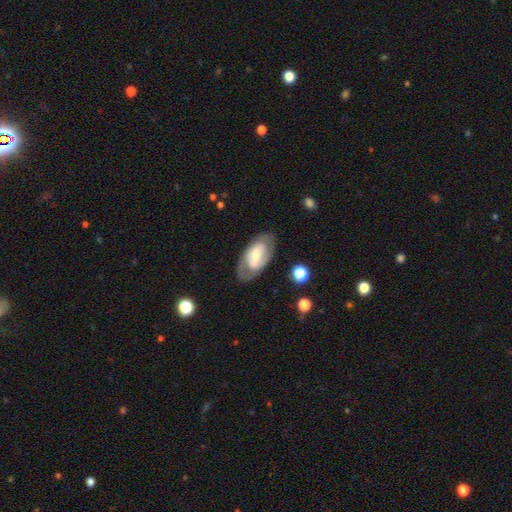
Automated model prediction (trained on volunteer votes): Smooth or featured? Predicted: featured or disk (p=0.61). Edge-on disk? Predicted: no (p=0.93). Bar? Predicted: no (p=0.44). Spiral arms? Predicted: yes (p=0.67). Bulge size? Predicted: small (p=0.47). Merging? Predicted: none (p=0.75).